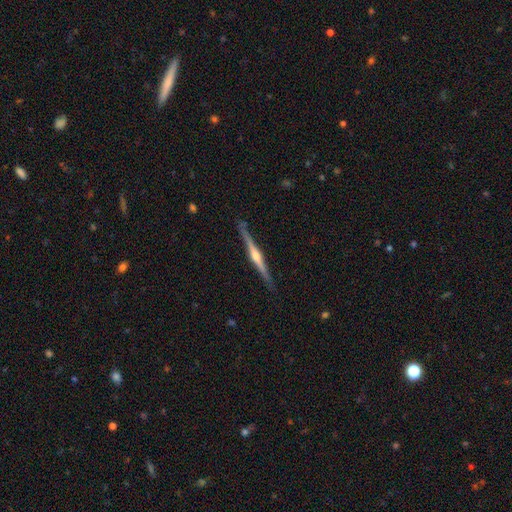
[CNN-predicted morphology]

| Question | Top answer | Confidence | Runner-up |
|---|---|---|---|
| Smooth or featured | featured or disk | 82% | smooth (13%) |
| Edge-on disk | yes | 99% | no (1%) |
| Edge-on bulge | rounded | 89% | none (6%) |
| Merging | none | 89% | minor disturbance (8%) |